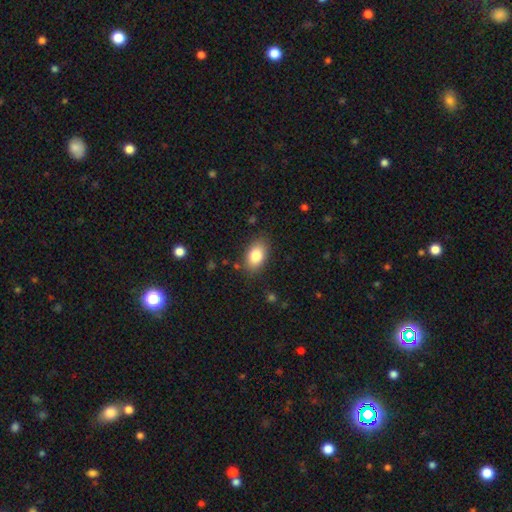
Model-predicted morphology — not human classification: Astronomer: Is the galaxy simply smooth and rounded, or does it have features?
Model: smooth — 83%.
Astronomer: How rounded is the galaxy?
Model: in between — 87%.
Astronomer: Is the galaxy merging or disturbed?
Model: none — 84%.